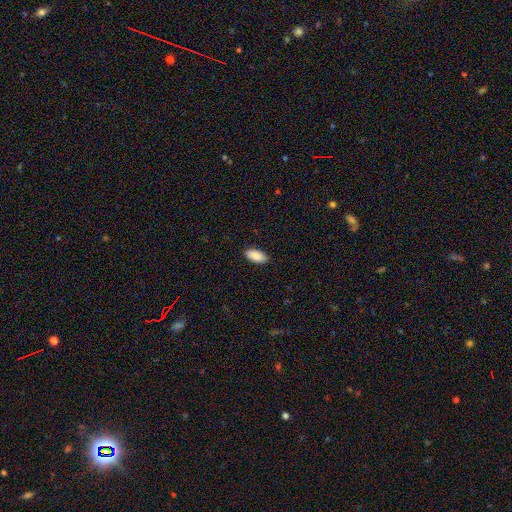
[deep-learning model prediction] Smooth or featured? smooth (90%)
How rounded? in between (92%)
Merging? none (90%)